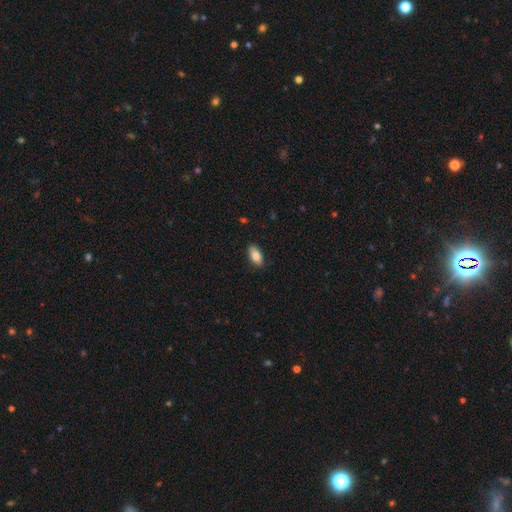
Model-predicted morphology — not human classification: Smooth or featured? smooth (83%)
How rounded? in between (91%)
Merging? none (87%)